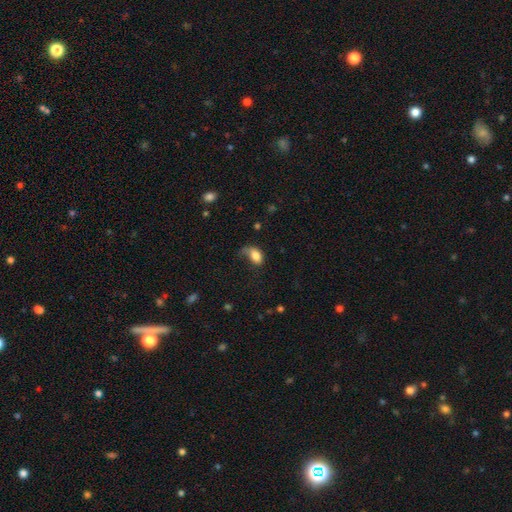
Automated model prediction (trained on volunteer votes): Smooth or featured?
  - smooth: 78% *
  - featured or disk: 14%
  - star or artifact: 8%
How rounded?
  - in between: 88% *
  - round: 10%
  - cigar-shaped: 2%
Merging?
  - none: 33% *
  - major disturbance: 32%
  - minor disturbance: 31%
  - merger: 3%